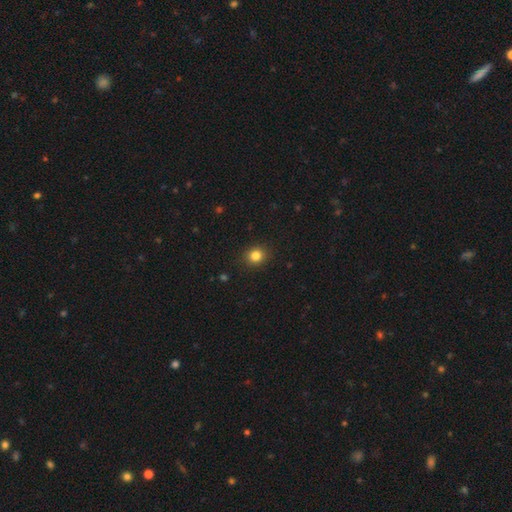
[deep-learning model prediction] This appears to be a smooth galaxy with no disk features (83%) that is round (76%). Merging: none (90%).